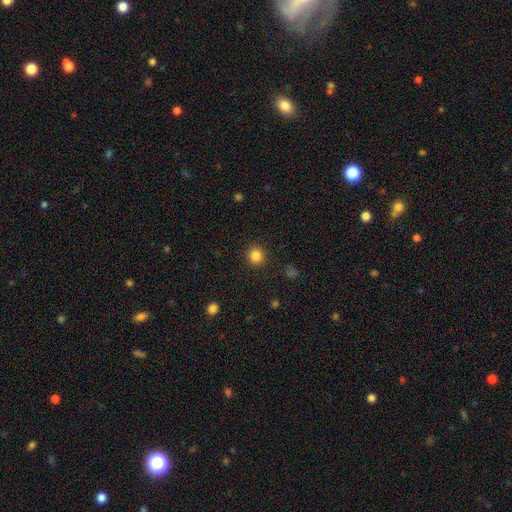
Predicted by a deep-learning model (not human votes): This is clearly a smooth galaxy (85%). How rounded: clearly round (91%). Merging: clearly none (92%).